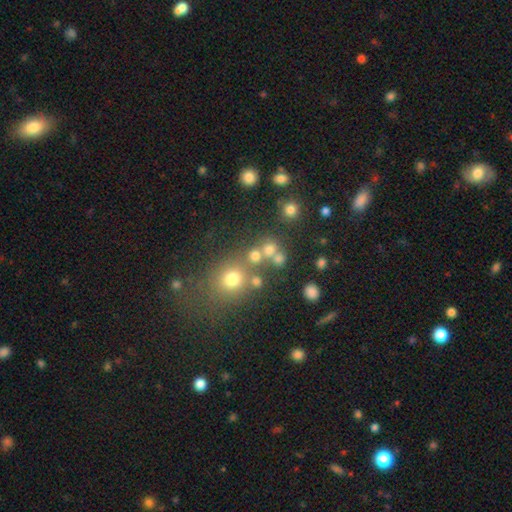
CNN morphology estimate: Overall: smooth (71%). How rounded: round (84%). Merging: none (60%; merger 26%).